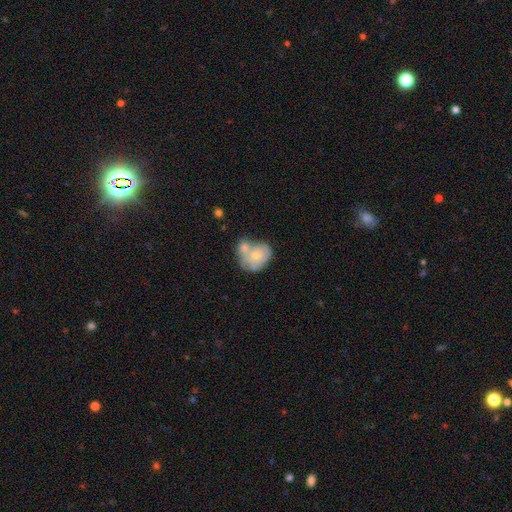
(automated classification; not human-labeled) This is possibly a smooth galaxy (60%). How rounded: possibly round (56%). Merging: possibly merger (55%).